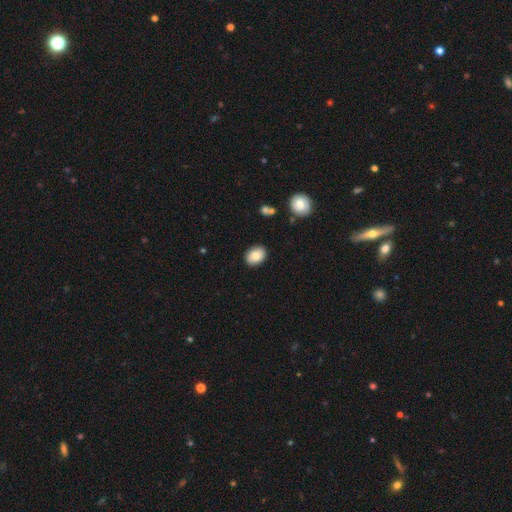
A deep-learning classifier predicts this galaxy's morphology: Overall: smooth (83%). How rounded: in between (73%). Merging: none (88%).